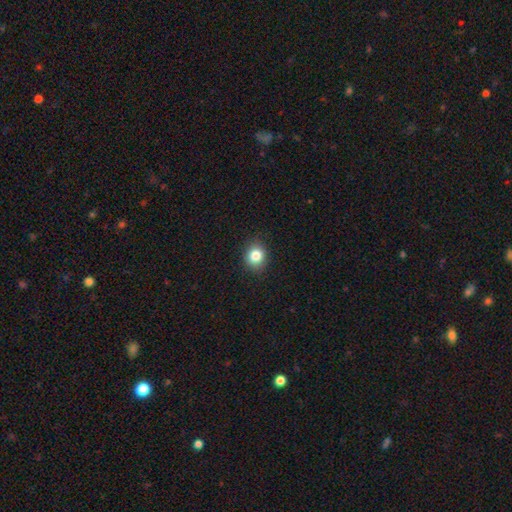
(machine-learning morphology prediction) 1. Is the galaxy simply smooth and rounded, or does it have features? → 83% smooth, 11% star or artifact, 6% featured or disk.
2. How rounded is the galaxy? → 67% round, 32% in between, 1% cigar-shaped.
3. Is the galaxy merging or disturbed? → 87% none, 9% minor disturbance, 2% major disturbance, 1% merger.